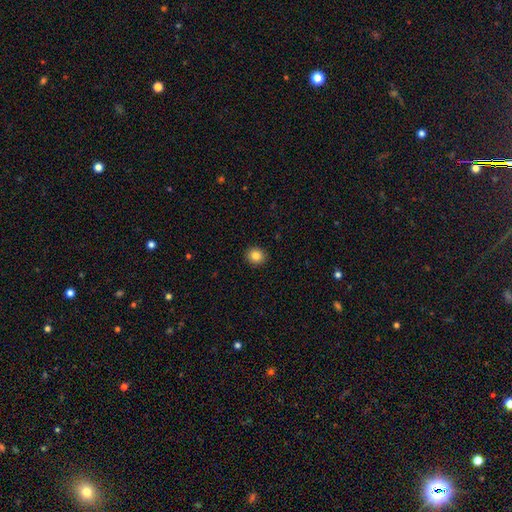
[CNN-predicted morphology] Overall: smooth (84%). How rounded: round (86%). Merging: none (92%).